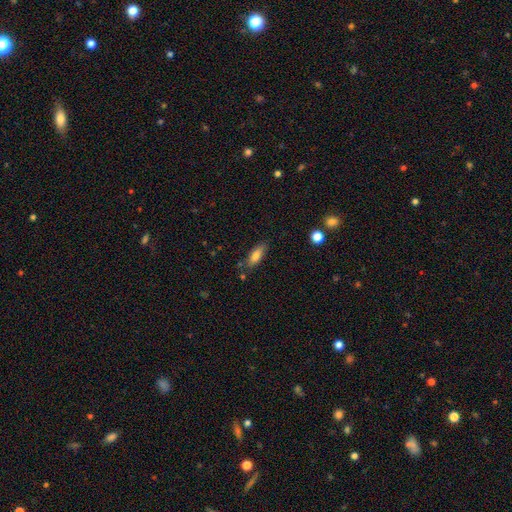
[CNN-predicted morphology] Smooth or featured? smooth (77%)
How rounded? in between (63%)
Merging? none (77%)